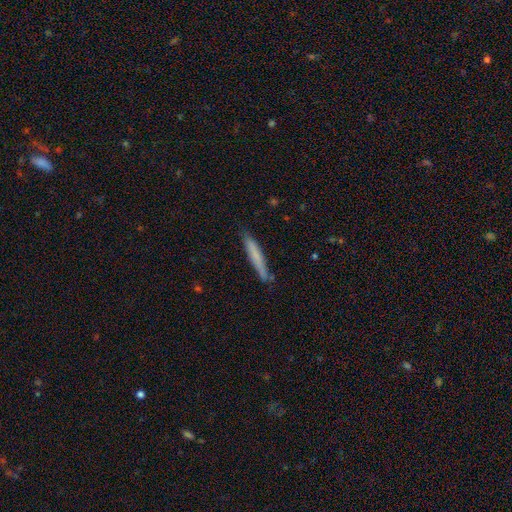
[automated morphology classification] smooth 68%, featured or disk 26%, star or artifact 6%. Down the decision tree: how rounded — cigar-shaped (95%); merging — none (82%).